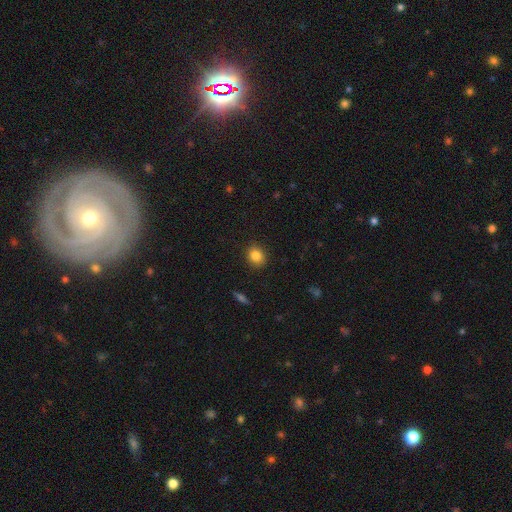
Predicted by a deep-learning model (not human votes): The model was most divided on "how rounded": round: 72%, in between: 27%, cigar-shaped: 1%. More confident: merging — none (88%); smooth or featured — smooth (84%).